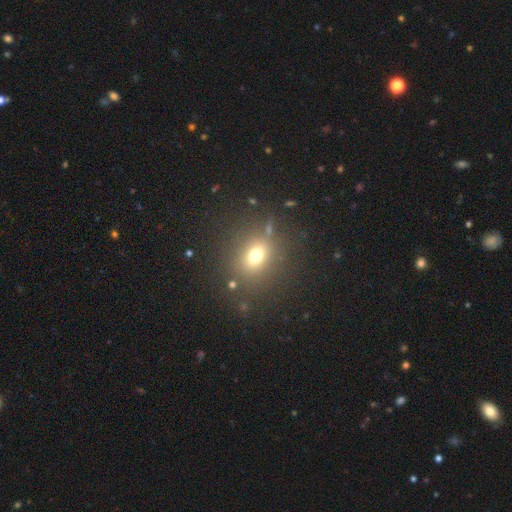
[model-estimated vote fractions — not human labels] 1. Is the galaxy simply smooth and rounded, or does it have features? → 70% smooth, 18% star or artifact, 11% featured or disk.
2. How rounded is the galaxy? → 57% round, 42% in between, 2% cigar-shaped.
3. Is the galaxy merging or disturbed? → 79% none, 10% minor disturbance, 6% major disturbance, 5% merger.